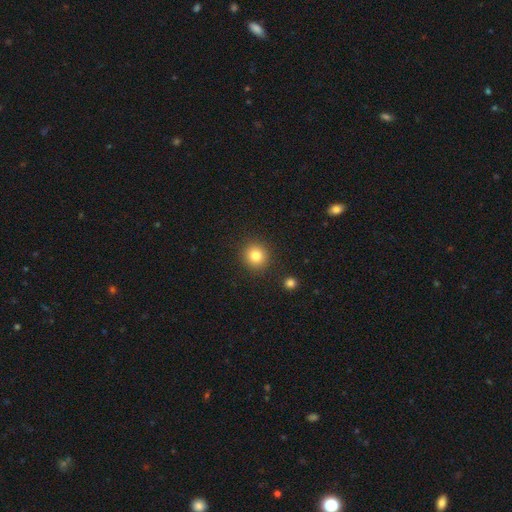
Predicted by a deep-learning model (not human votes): smooth 81%, star or artifact 12%, featured or disk 7%. Down the decision tree: how rounded — round (90%); merging — none (89%).